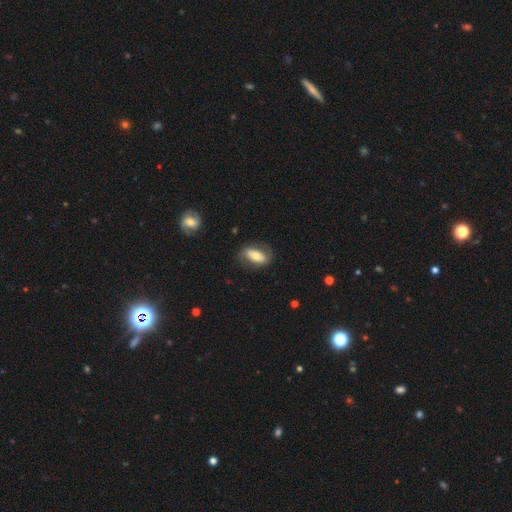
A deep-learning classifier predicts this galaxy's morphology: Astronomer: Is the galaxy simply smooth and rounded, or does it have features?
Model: smooth — 52% (runner-up: featured or disk, 41%).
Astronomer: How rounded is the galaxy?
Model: in between — 89%.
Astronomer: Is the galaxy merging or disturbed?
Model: none — 70%.